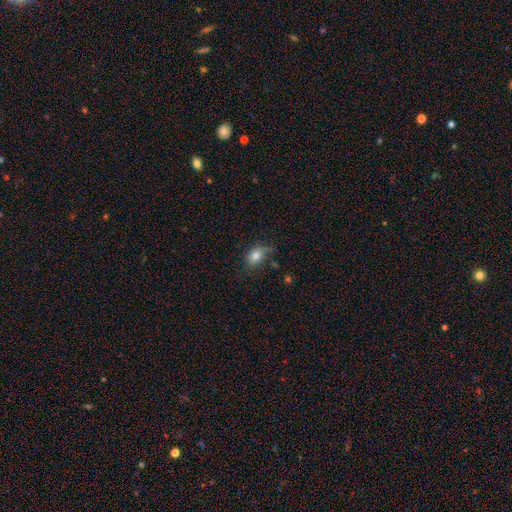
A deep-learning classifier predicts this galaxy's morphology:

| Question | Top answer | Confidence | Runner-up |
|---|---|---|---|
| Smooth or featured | smooth | 80% | featured or disk (11%) |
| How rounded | in between | 80% | round (18%) |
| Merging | none | 59% | minor disturbance (29%) |